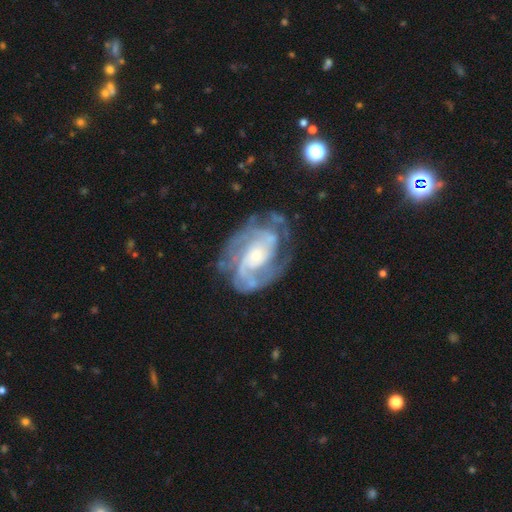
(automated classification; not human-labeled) Smooth or featured? featured or disk (89%)
Edge-on disk? no (97%)
Bar? no (65%)
Spiral arms? yes (96%)
Spiral winding? tight (52%)
Spiral arm count? 2 (47%)
Bulge size? small (67%)
Merging? none (67%)